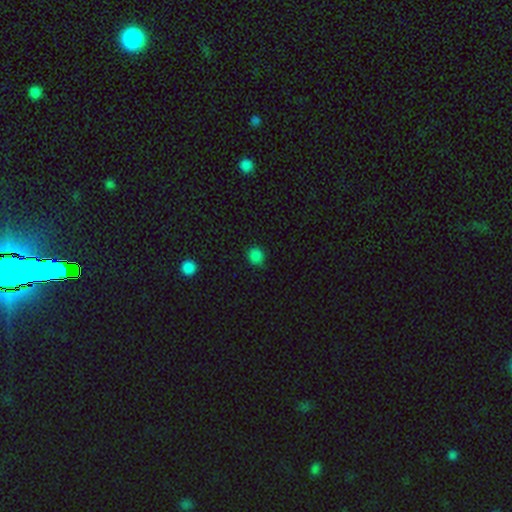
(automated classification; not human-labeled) Smooth or featured? smooth (84%)
How rounded? round (84%)
Merging? none (87%)